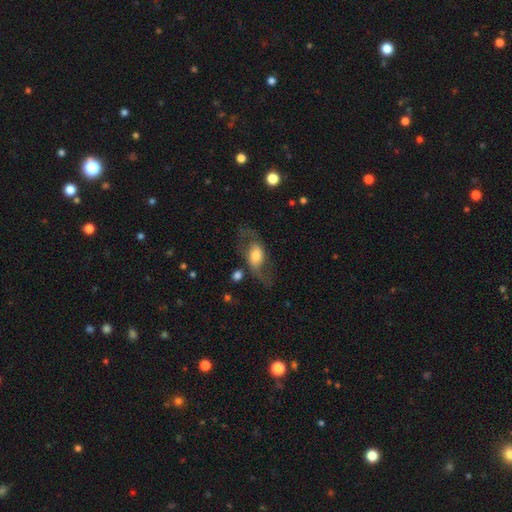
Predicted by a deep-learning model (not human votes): Smooth or featured? featured or disk (56%)
Edge-on disk? no (89%)
Merging? none (54%)